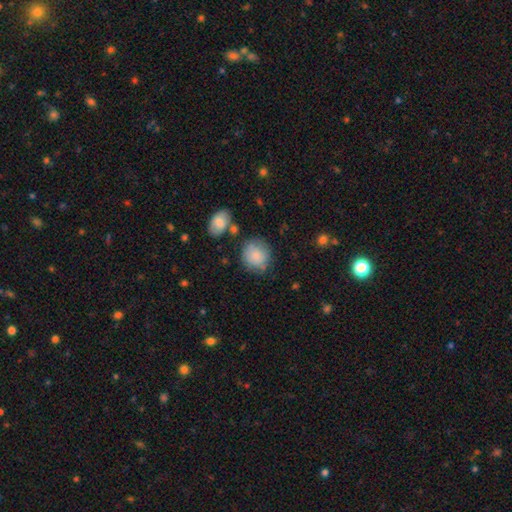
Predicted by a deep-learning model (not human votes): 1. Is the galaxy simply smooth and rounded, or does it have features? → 83% smooth, 9% featured or disk, 7% star or artifact.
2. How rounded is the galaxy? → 83% round, 16% in between, 1% cigar-shaped.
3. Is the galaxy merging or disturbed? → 71% none, 18% minor disturbance, 6% merger, 6% major disturbance.